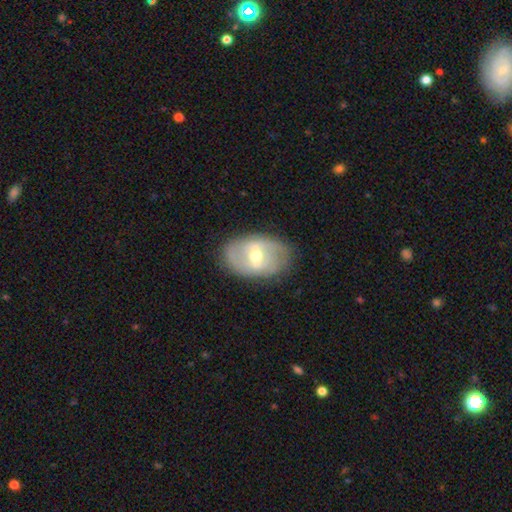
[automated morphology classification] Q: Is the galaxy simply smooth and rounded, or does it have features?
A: featured or disk — 69%.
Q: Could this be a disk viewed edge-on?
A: no — 93%.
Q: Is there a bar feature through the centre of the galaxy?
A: weak — 49%.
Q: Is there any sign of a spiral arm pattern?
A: yes — 66%.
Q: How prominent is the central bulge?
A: moderate — 69%.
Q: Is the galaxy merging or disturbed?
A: none — 79%.